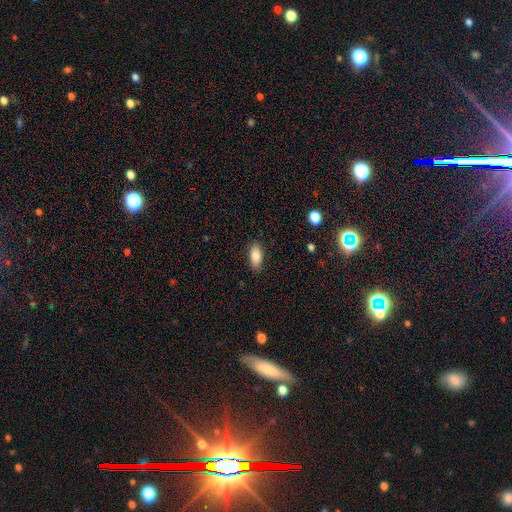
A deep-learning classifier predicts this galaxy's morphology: smooth_or_featured: smooth (p=0.84) [alt: featured or disk p=0.09]
how_rounded: in between (p=0.89) [alt: cigar-shaped p=0.08]
merging: none (p=0.86) [alt: minor disturbance p=0.11]